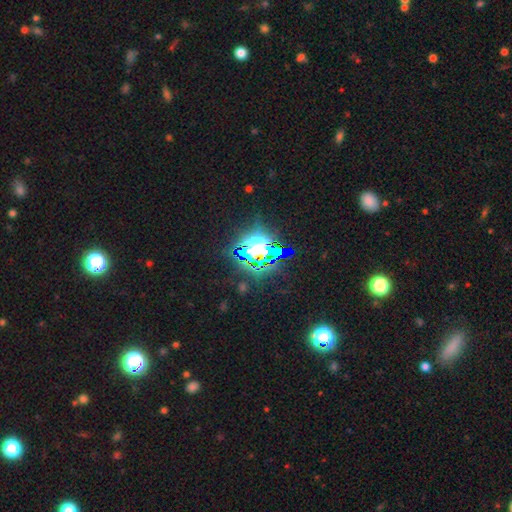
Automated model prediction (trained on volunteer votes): Morphology: type=star or artifact (80%).